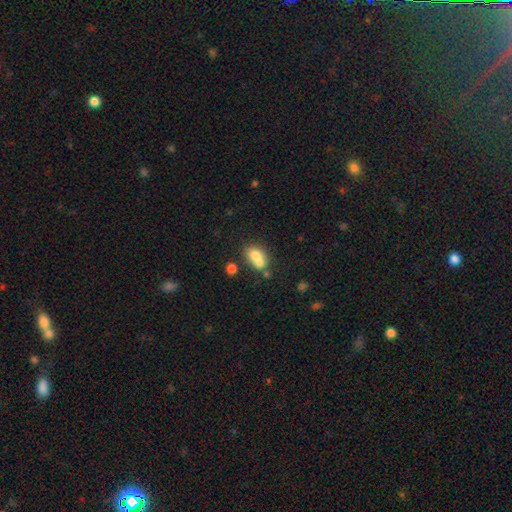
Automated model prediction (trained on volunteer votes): smooth_or_featured: smooth (p=0.70) [alt: featured or disk p=0.19]
how_rounded: in between (p=0.60) [alt: round p=0.38]
merging: merger (p=0.57) [alt: none p=0.28]